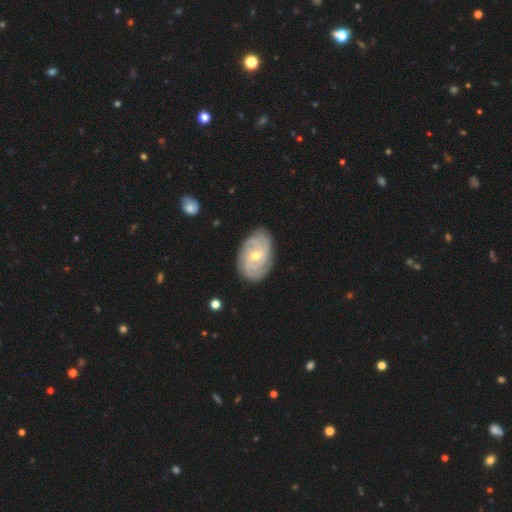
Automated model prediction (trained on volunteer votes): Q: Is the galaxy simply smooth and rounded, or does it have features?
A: featured or disk — 84%.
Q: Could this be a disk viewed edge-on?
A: no — 96%.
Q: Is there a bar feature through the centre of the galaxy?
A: no — 47%.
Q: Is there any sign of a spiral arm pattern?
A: yes — 95%.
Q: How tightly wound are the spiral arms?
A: tight — 69%.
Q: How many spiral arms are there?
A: can't tell — 29%.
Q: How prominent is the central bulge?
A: moderate — 56%.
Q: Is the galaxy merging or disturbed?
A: none — 83%.